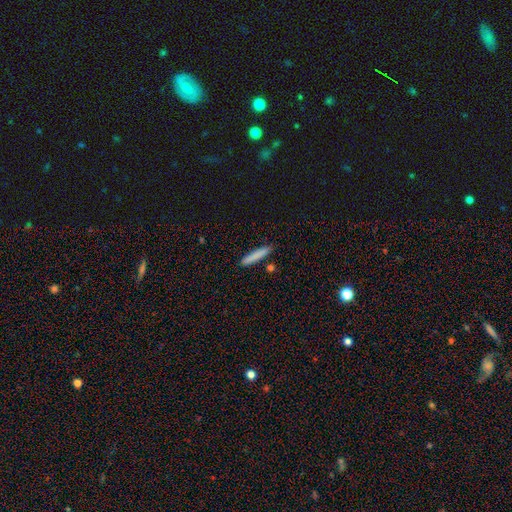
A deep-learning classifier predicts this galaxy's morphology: The model was most divided on "smooth or featured": smooth: 81%, featured or disk: 12%, star or artifact: 6%. More confident: how rounded — cigar-shaped (93%); merging — none (86%).